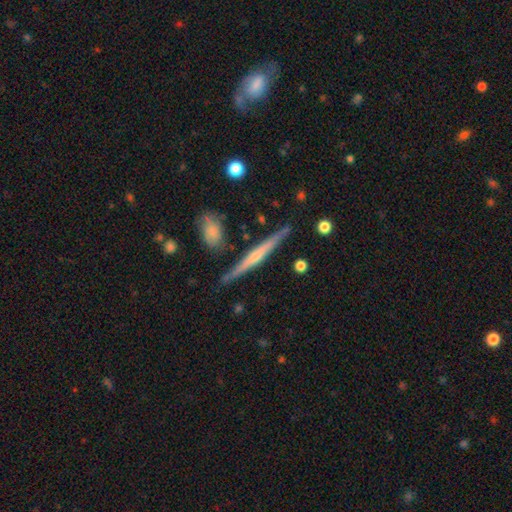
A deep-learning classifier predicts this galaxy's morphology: Smooth or featured? featured or disk (67%)
Edge-on disk? yes (97%)
Edge-on bulge? rounded (55%)
Merging? none (86%)